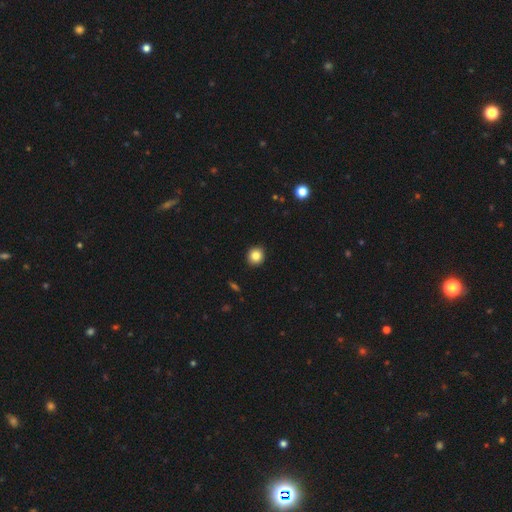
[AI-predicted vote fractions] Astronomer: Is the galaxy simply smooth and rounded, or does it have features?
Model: smooth — 84%.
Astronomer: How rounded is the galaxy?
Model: round — 87%.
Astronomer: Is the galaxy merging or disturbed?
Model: none — 92%.